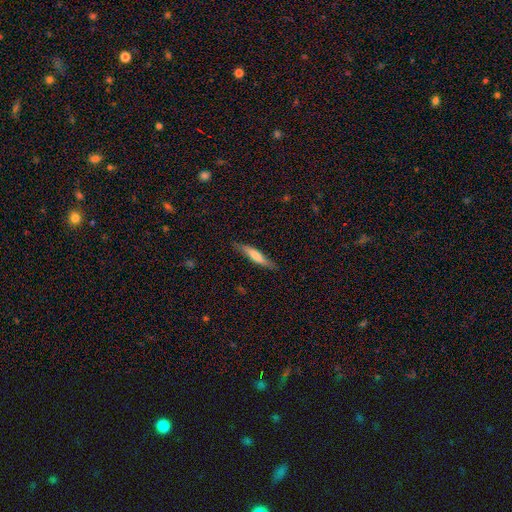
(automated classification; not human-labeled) Smooth or featured? smooth (58%)
How rounded? cigar-shaped (89%)
Merging? none (84%)